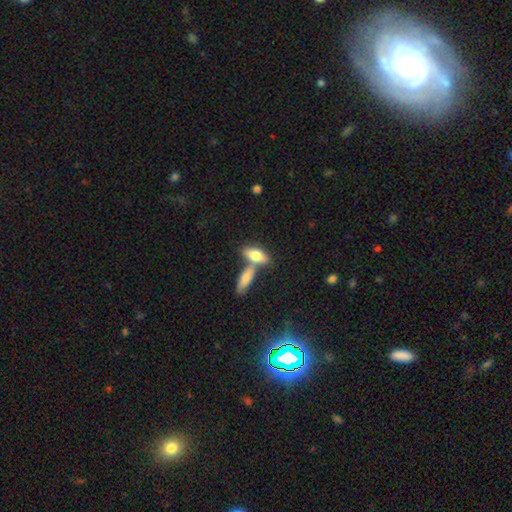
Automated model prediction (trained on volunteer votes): This is likely a smooth galaxy (75%). How rounded: likely in between (73%). Merging: marginally merger (45%).